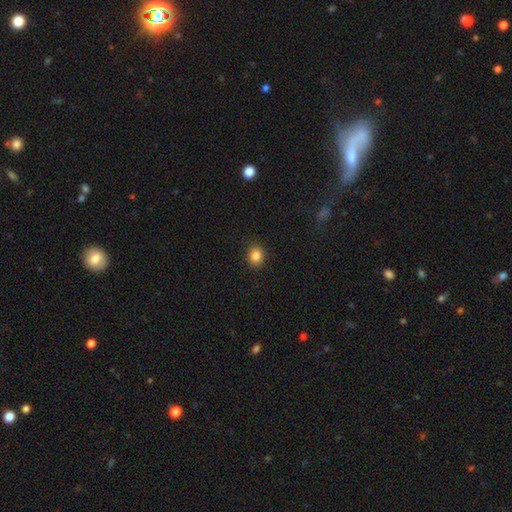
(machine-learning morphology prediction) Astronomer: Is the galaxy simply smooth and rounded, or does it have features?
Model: smooth — 85%.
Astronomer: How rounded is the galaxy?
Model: round — 70%.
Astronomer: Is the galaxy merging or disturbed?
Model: none — 90%.